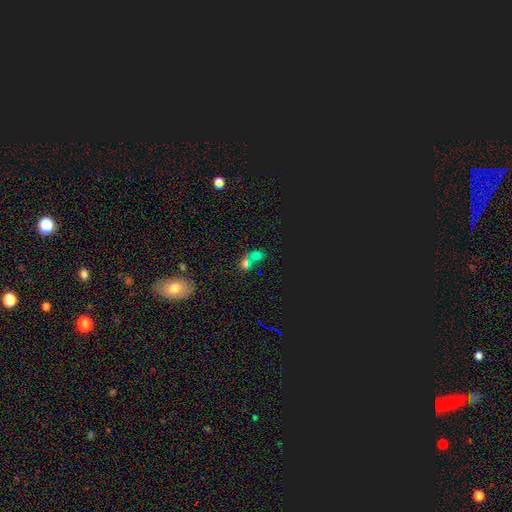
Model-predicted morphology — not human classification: smooth-or-featured: smooth: 55% | star or artifact: 34% | featured or disk: 11%
  how-rounded: in between: 52% | round: 45% | cigar-shaped: 3%
  merging: merger: 54% | none: 34% | minor disturbance: 7% | major disturbance: 4%